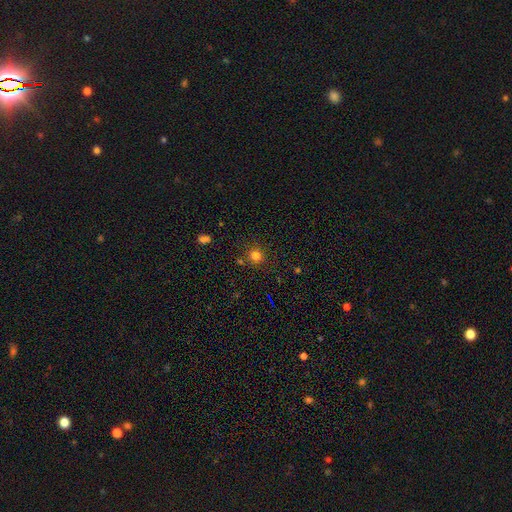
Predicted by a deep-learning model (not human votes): smooth_or_featured: smooth (p=0.78) [alt: star or artifact p=0.16]
how_rounded: round (p=0.92) [alt: in between p=0.07]
merging: none (p=0.84) [alt: minor disturbance p=0.09]